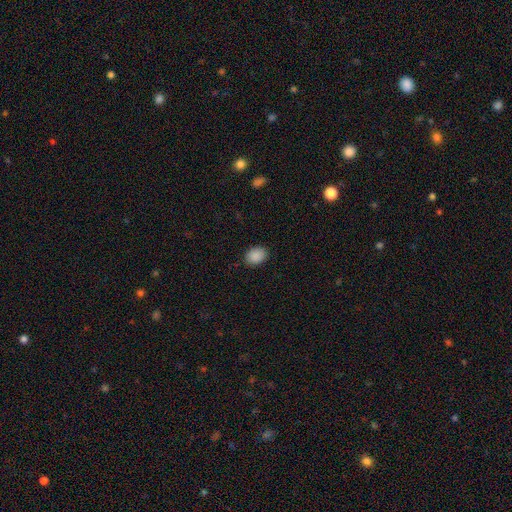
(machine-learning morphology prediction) A smooth galaxy with no disk features (89%) that is in between round and cigar-shaped (70%). Merging: none (86%).